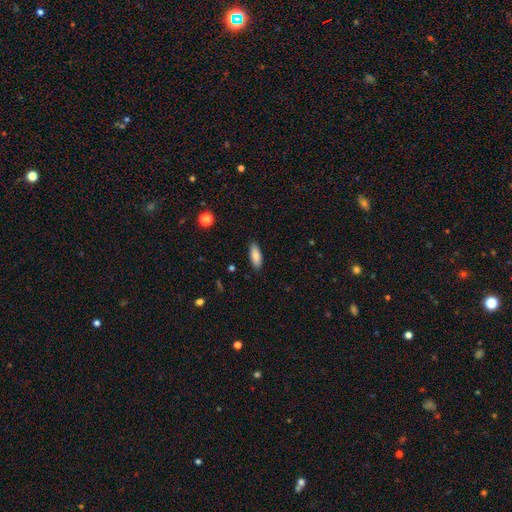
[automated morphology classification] Overall: smooth (86%). How rounded: in between (73%). Merging: none (88%).